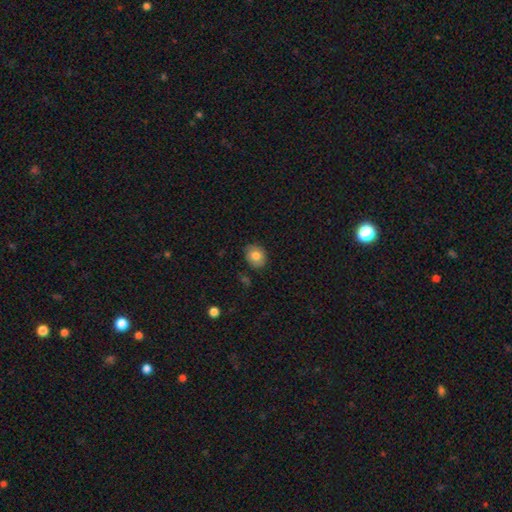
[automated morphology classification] Q: Smooth or featured?
A: smooth (82%); runner-up: featured or disk (10%)
Q: How rounded?
A: round (62%); runner-up: in between (37%)
Q: Merging?
A: none (83%); runner-up: minor disturbance (13%)